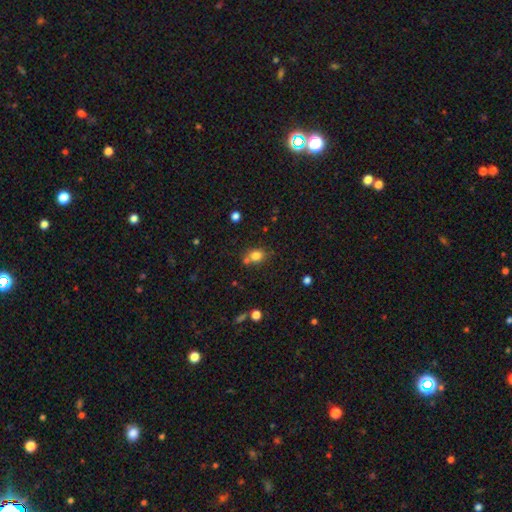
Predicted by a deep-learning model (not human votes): smooth_or_featured: smooth (p=0.80) [alt: star or artifact p=0.12]
how_rounded: round (p=0.52) [alt: in between p=0.47]
merging: none (p=0.65) [alt: merger p=0.17]